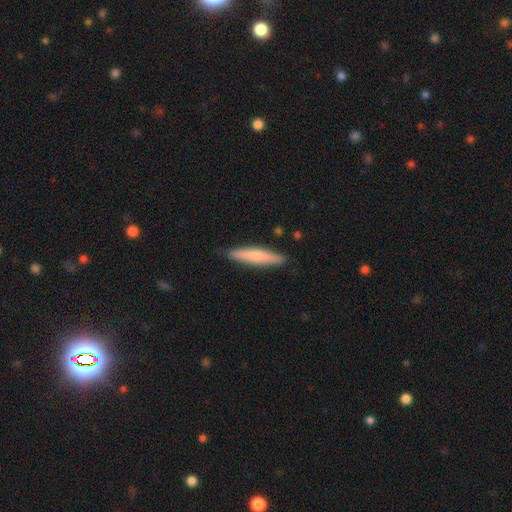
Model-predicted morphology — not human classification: Overall: smooth (74%). How rounded: cigar-shaped (88%). Merging: none (88%).